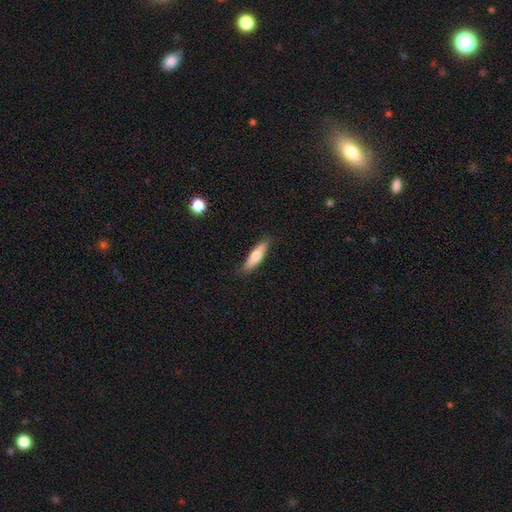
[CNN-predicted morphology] A smooth galaxy with no disk features (68%) that is cigar-shaped (66%). Merging: none (85%).